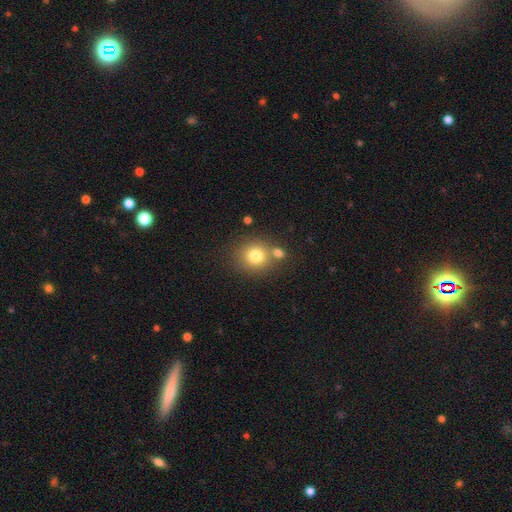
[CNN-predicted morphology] smooth_or_featured: smooth (p=0.77) [alt: star or artifact p=0.12]
how_rounded: round (p=0.85) [alt: in between p=0.14]
merging: none (p=0.65) [alt: merger p=0.22]